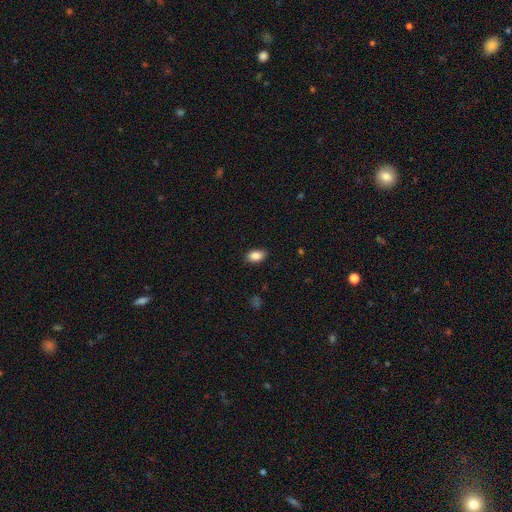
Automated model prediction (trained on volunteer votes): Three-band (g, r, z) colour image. It shows a smooth galaxy with no disk features (87%) that is in between round and cigar-shaped (88%). Merging: none (86%).